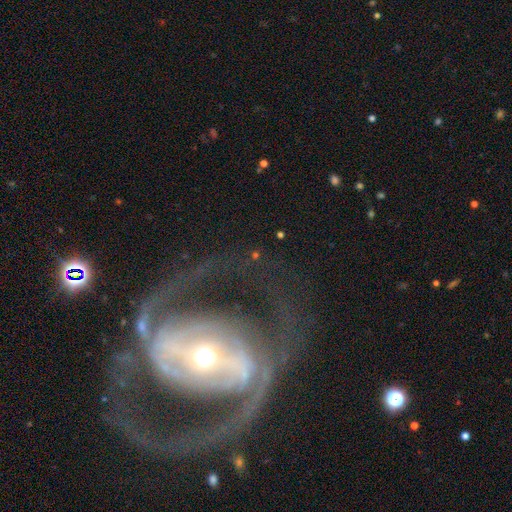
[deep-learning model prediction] featured or disk 62%, star or artifact 21%, smooth 17%. Down the decision tree: edge-on disk — no (87%); bar — no (39%); spiral arms — yes (77%); bulge size — moderate (44%); merging — none (62%).